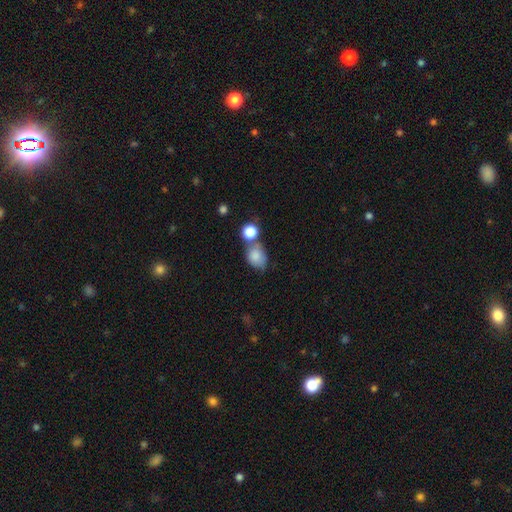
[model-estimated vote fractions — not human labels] Smooth or featured?
  - smooth: 82% *
  - featured or disk: 9%
  - star or artifact: 9%
How rounded?
  - in between: 59% *
  - round: 40%
  - cigar-shaped: 1%
Merging?
  - none: 39% *
  - merger: 36%
  - minor disturbance: 18%
  - major disturbance: 7%